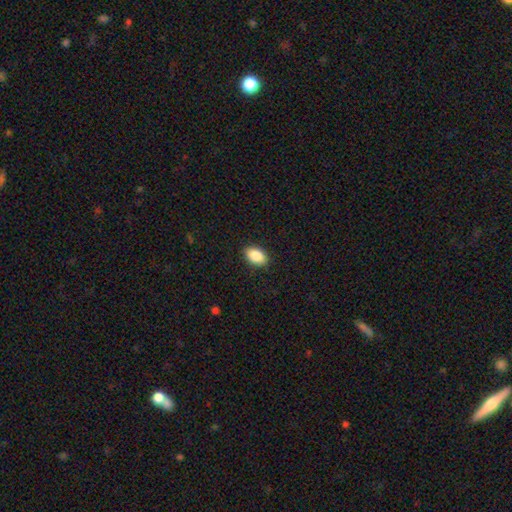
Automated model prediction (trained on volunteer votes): smooth-or-featured: smooth: 88% | star or artifact: 7% | featured or disk: 5%
  how-rounded: in between: 91% | round: 8% | cigar-shaped: 2%
  merging: none: 90% | minor disturbance: 7% | major disturbance: 2% | merger: 1%